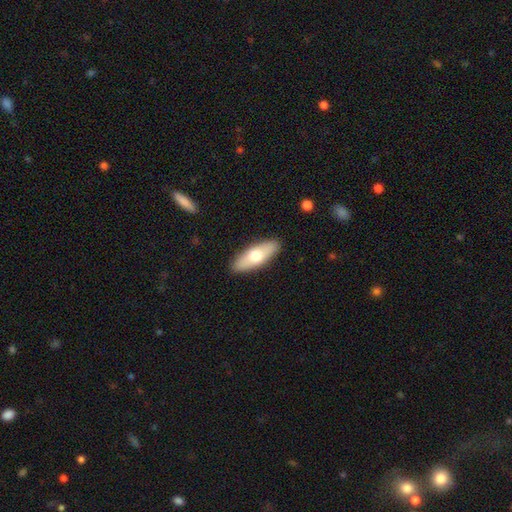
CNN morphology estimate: Smooth or featured: smooth — 65% (featured or disk — 29%)
How rounded: in between — 67% (cigar-shaped — 31%)
Merging: none — 89% (minor disturbance — 8%)